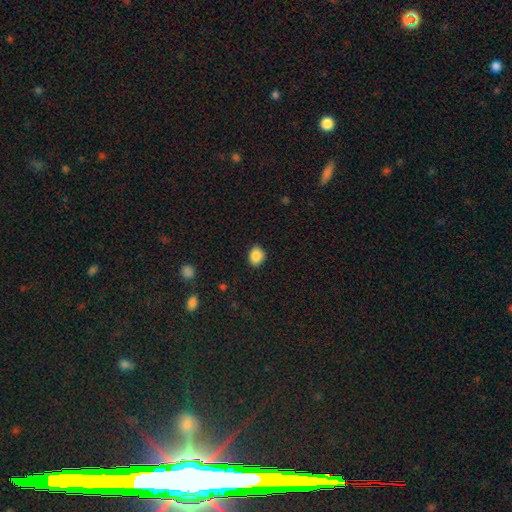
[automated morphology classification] Smooth or featured: smooth — 88% (star or artifact — 9%)
How rounded: in between — 56% (round — 43%)
Merging: none — 85% (minor disturbance — 11%)